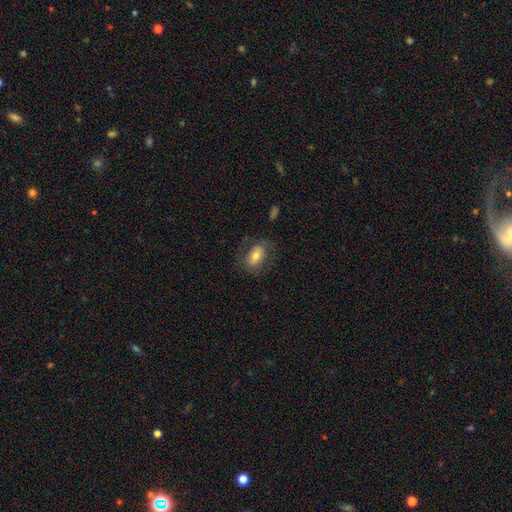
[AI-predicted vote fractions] Smooth or featured: smooth — 64% (featured or disk — 28%)
How rounded: in between — 82% (round — 16%)
Merging: none — 68% (minor disturbance — 19%)